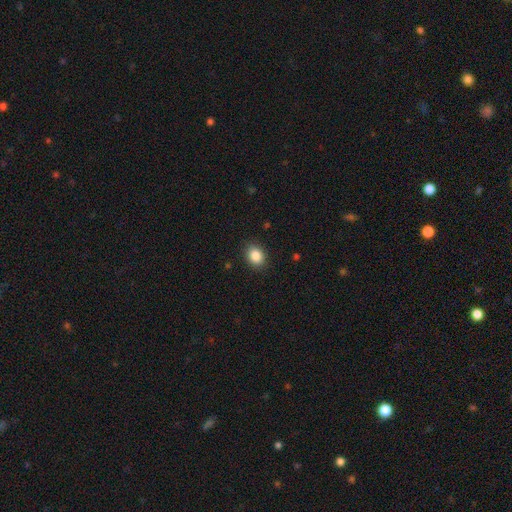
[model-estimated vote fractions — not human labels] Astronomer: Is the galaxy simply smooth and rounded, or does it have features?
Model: smooth — 87%.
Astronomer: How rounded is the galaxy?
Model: in between — 57% (runner-up: round, 42%).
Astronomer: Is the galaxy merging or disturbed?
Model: none — 89%.